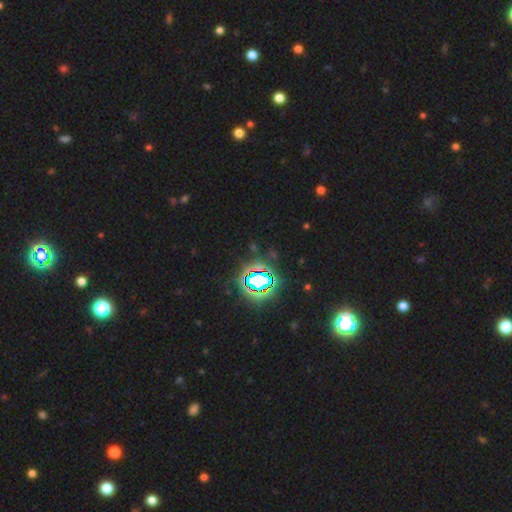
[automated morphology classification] star or artifact 83%, smooth 10%, featured or disk 7%.